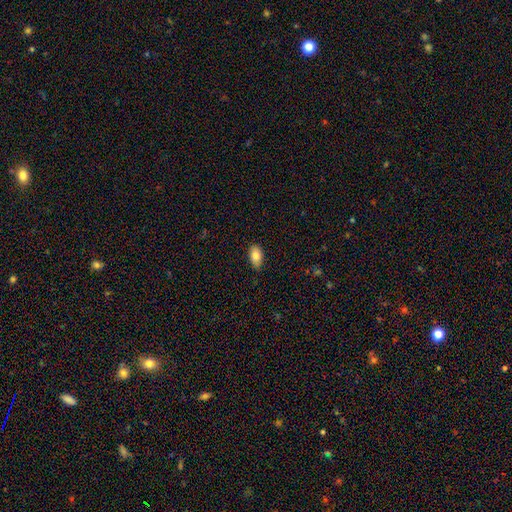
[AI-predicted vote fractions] Smooth or featured? smooth (81%)
How rounded? in between (91%)
Merging? none (82%)